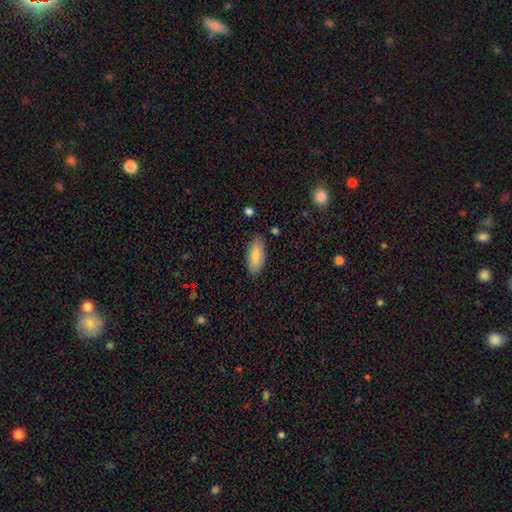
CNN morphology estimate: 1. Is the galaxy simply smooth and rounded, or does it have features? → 81% smooth, 13% featured or disk, 6% star or artifact.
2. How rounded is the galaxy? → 85% in between, 13% cigar-shaped, 2% round.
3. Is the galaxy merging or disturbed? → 83% none, 13% minor disturbance, 3% major disturbance, 2% merger.